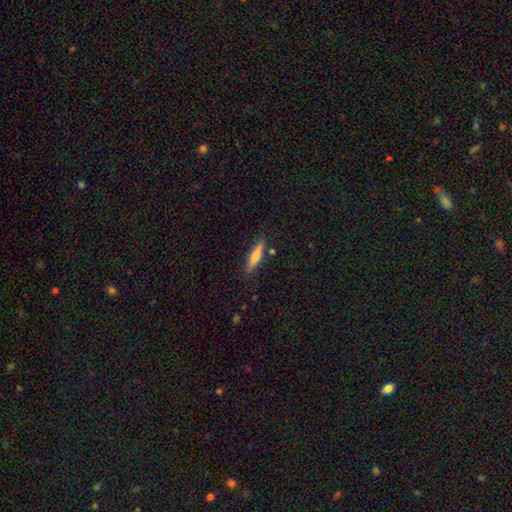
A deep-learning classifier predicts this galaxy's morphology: Overall: smooth (53%; featured or disk 41%). How rounded: cigar-shaped (84%). Merging: none (84%).